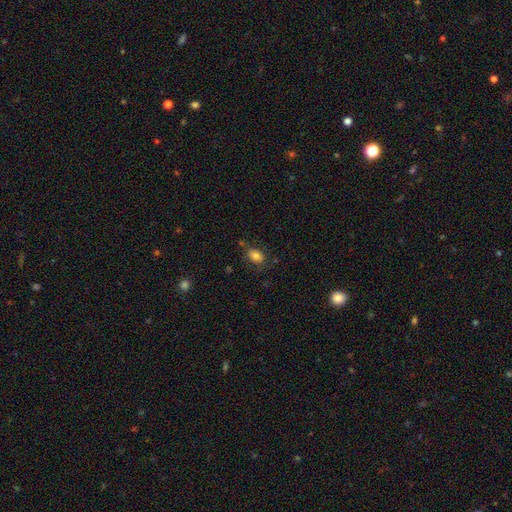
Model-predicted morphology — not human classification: Overall: smooth (80%). How rounded: in between (78%). Merging: none (73%).